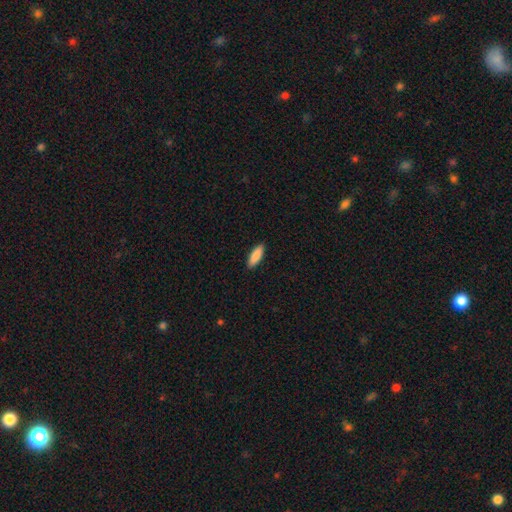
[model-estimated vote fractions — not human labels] This is clearly a smooth galaxy (88%). How rounded: possibly in between (56%). Merging: clearly none (91%).